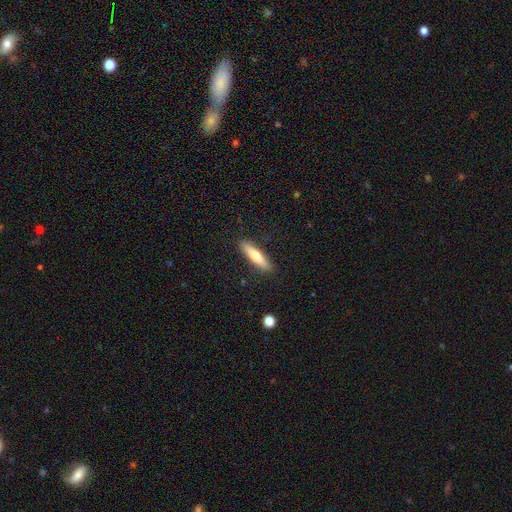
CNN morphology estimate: Smooth or featured: smooth — 69% (featured or disk — 25%)
How rounded: cigar-shaped — 82% (in between — 17%)
Merging: none — 88% (minor disturbance — 8%)